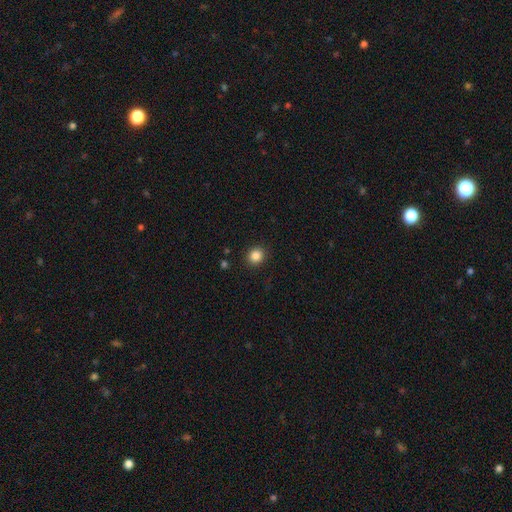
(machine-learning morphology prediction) smooth 85%, star or artifact 11%, featured or disk 4%. Down the decision tree: how rounded — round (84%); merging — none (91%).